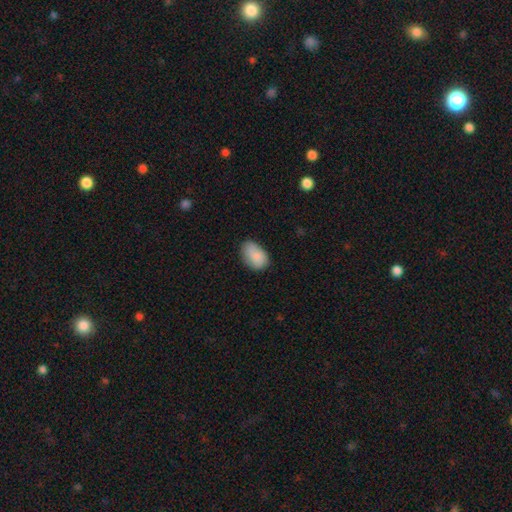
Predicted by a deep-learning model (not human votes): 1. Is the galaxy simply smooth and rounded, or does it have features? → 84% smooth, 9% featured or disk, 7% star or artifact.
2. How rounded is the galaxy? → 86% in between, 12% round, 1% cigar-shaped.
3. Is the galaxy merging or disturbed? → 59% none, 31% minor disturbance, 7% major disturbance, 3% merger.